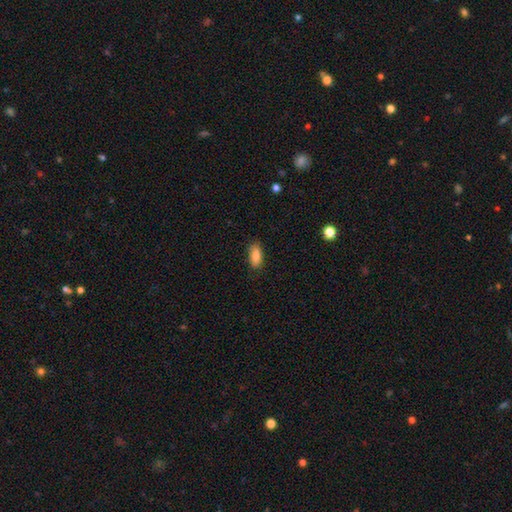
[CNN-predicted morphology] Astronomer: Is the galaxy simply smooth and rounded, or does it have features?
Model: smooth — 85%.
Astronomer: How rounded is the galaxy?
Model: in between — 85%.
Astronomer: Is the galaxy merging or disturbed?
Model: none — 85%.